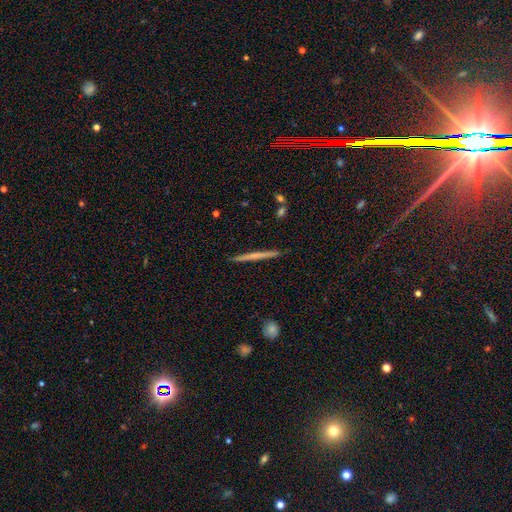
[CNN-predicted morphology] smooth-or-featured: featured or disk: 48% | smooth: 46% | star or artifact: 6%
  merging: none: 92% | minor disturbance: 5% | merger: 1% | major disturbance: 1%